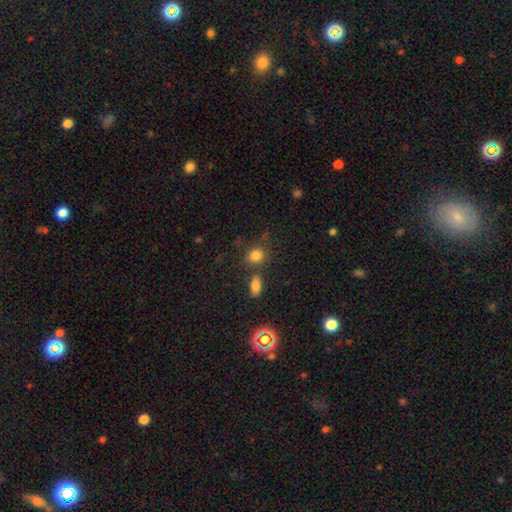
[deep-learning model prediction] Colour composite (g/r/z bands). It shows a smooth galaxy with no disk features (81%) that is round (65%). Merging: none (67%).